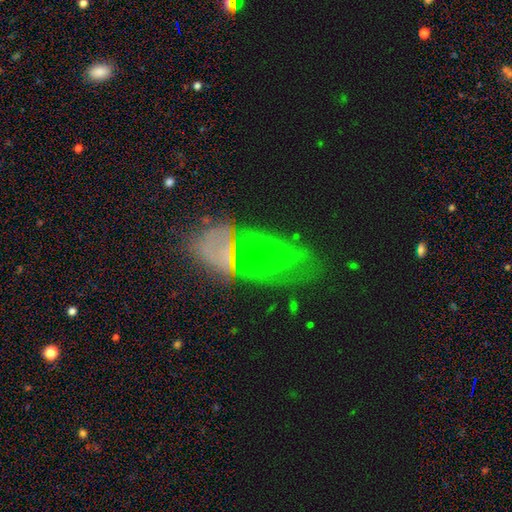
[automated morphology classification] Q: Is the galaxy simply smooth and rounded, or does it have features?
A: featured or disk — 48%.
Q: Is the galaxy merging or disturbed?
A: merger — 50%.